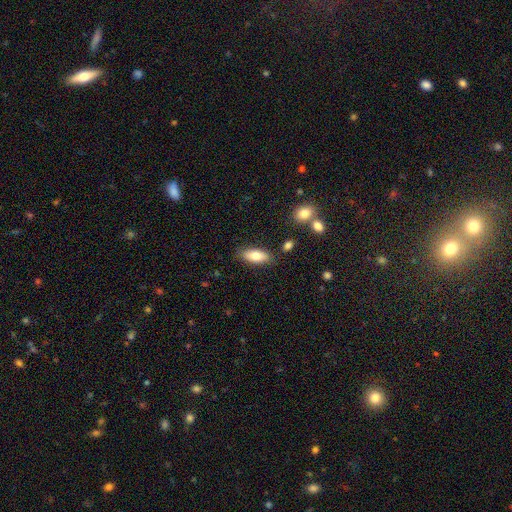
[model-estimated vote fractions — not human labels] Q: Smooth or featured?
A: smooth (78%); runner-up: featured or disk (15%)
Q: How rounded?
A: in between (82%); runner-up: cigar-shaped (16%)
Q: Merging?
A: none (83%); runner-up: minor disturbance (12%)